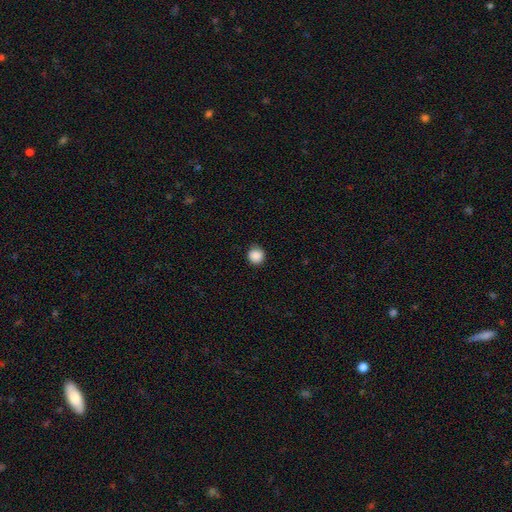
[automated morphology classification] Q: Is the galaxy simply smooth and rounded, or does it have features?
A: smooth — 88%.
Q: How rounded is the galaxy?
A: round — 92%.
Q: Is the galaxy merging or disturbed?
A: none — 88%.